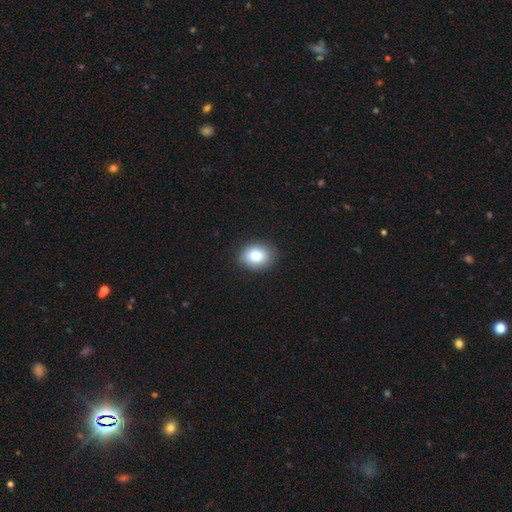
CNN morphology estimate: Smooth or featured?
  - smooth: 80% *
  - featured or disk: 10%
  - star or artifact: 10%
How rounded?
  - in between: 50% *
  - round: 49%
  - cigar-shaped: 1%
Merging?
  - none: 88% *
  - minor disturbance: 8%
  - major disturbance: 2%
  - merger: 1%